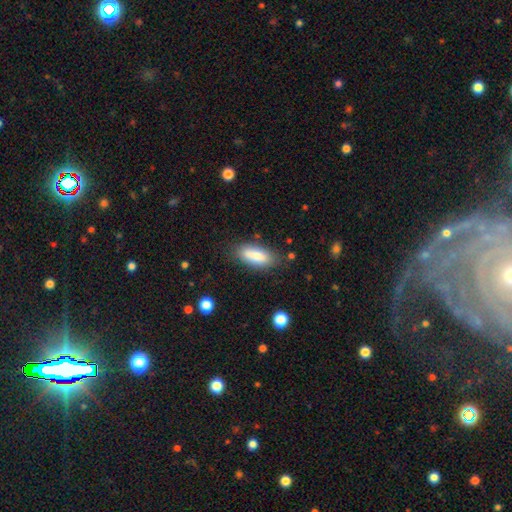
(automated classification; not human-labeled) Smooth or featured? Predicted: smooth (p=0.81). How rounded? Predicted: in between (p=0.79). Merging? Predicted: none (p=0.77).